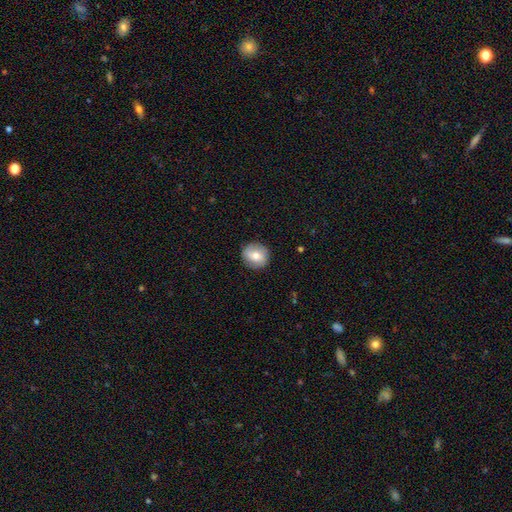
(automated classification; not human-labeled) A smooth galaxy with no disk features (69%) that is round (87%). Merging: none (87%).